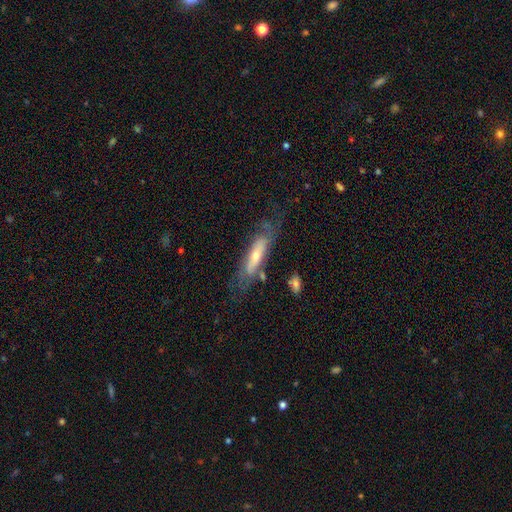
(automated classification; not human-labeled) A featured or disk galaxy (61%). Merging: none (62%).